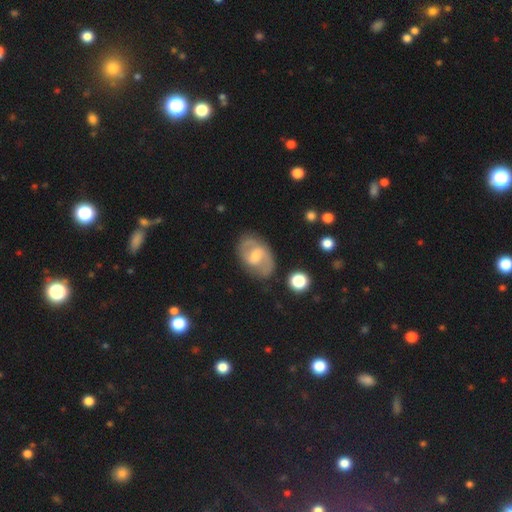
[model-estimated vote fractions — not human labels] This appears to be a featured or disk galaxy (69%) with a weak bar (56%), 2 (80%) medium (49%) spiral arms (81%) and a moderate central bulge (51%). Merging: none (73%).